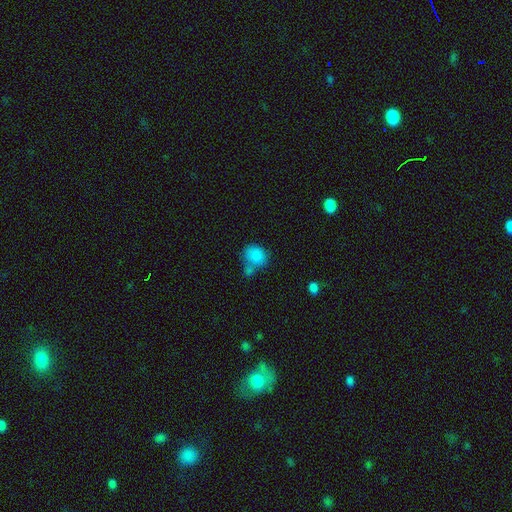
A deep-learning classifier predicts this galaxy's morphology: Smooth or featured: smooth — 85% (star or artifact — 9%)
How rounded: round — 61% (in between — 38%)
Merging: none — 46% (merger — 32%)